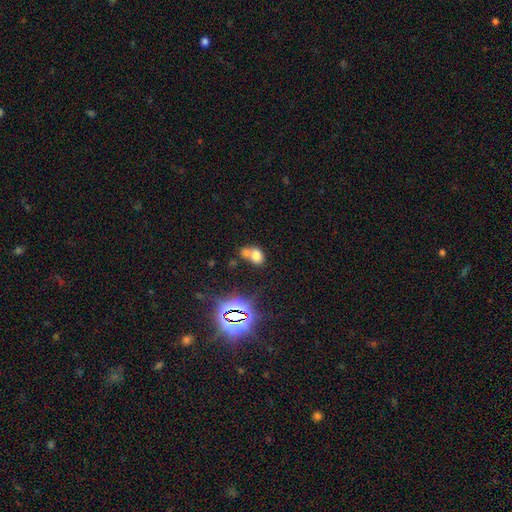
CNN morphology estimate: Smooth or featured: smooth — 69% (star or artifact — 18%)
How rounded: in between — 59% (round — 39%)
Merging: merger — 54% (none — 30%)